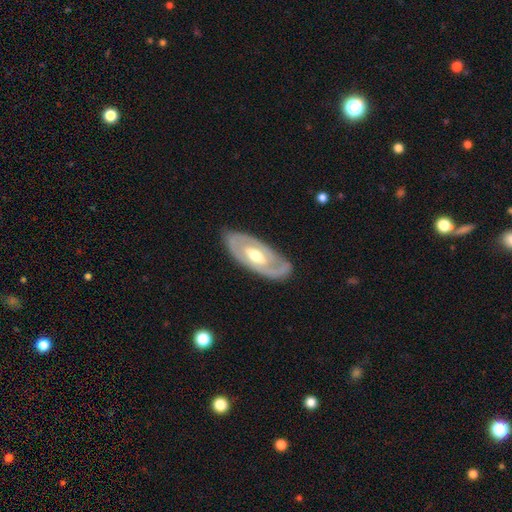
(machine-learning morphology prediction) This is likely a featured or disk galaxy (75%). It is clearly not viewed edge-on (87%). Bar: possibly no (51%). Spiral arm pattern: possibly yes (51%). Central bulge: likely moderate (72%). Merging: clearly none (83%).